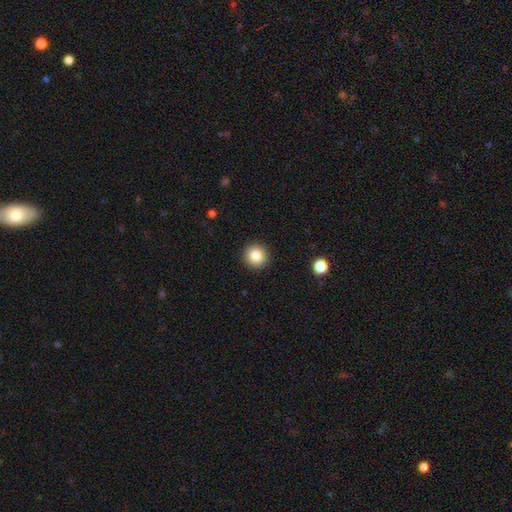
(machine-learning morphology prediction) smooth_or_featured: smooth (p=0.84) [alt: star or artifact p=0.10]
how_rounded: round (p=0.96) [alt: in between p=0.03]
merging: none (p=0.93) [alt: minor disturbance p=0.04]